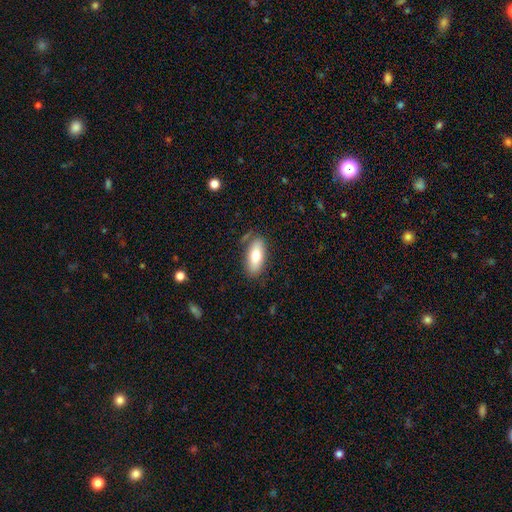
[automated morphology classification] Smooth or featured? smooth (76%)
How rounded? in between (83%)
Merging? none (79%)